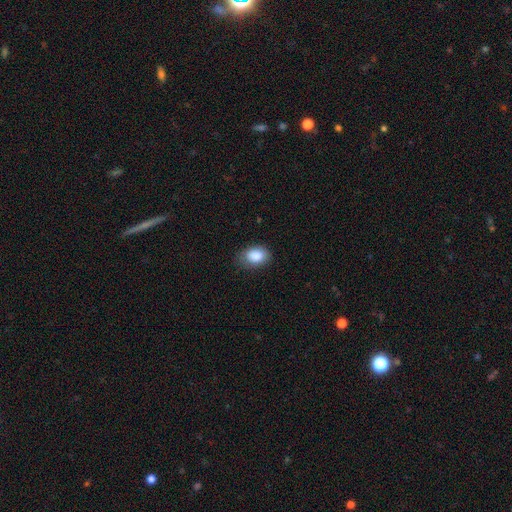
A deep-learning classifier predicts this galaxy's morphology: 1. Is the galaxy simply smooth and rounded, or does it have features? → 88% smooth, 7% star or artifact, 5% featured or disk.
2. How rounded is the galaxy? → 81% in between, 18% round, 1% cigar-shaped.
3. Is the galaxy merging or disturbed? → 73% none, 21% minor disturbance, 5% major disturbance, 1% merger.